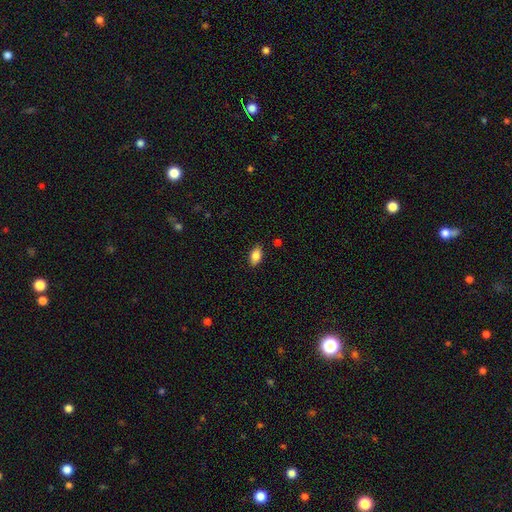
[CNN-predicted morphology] Smooth or featured: smooth — 84% (featured or disk — 9%)
How rounded: in between — 90% (cigar-shaped — 5%)
Merging: none — 87% (minor disturbance — 10%)